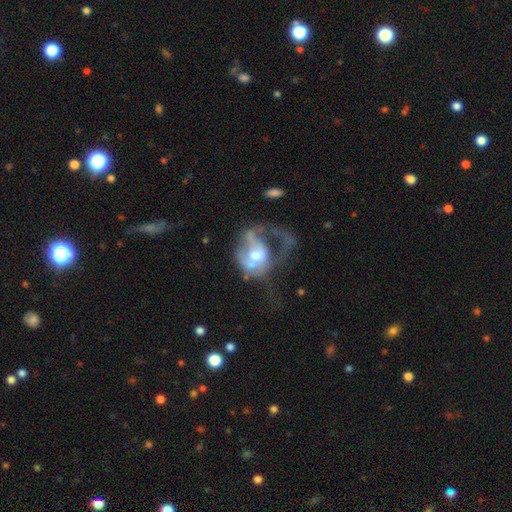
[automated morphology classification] Smooth or featured?
  - featured or disk: 60% *
  - smooth: 32%
  - star or artifact: 9%
Edge-on disk?
  - no: 96% *
  - yes: 4%
Bar?
  - no: 70% *
  - weak: 25%
  - strong: 6%
Spiral arms?
  - no: 60% *
  - yes: 40%
Bulge size?
  - moderate: 56% *
  - large: 19%
  - small: 18%
  - none: 5%
  - dominant: 2%
Merging?
  - major disturbance: 61% *
  - none: 16%
  - minor disturbance: 12%
  - merger: 12%